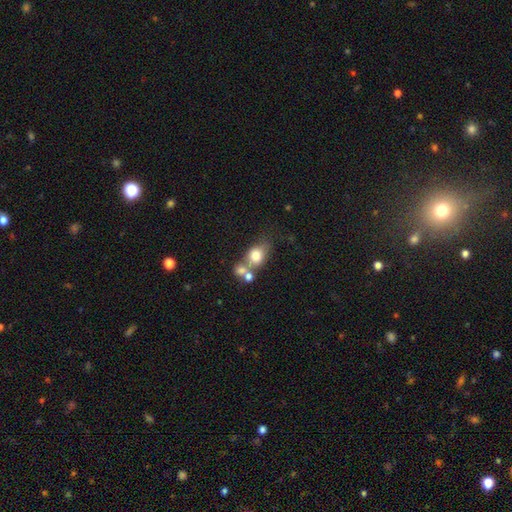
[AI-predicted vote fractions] smooth-or-featured: smooth: 72% | featured or disk: 17% | star or artifact: 11%
  how-rounded: in between: 52% | round: 45% | cigar-shaped: 2%
  merging: merger: 44% | none: 35% | minor disturbance: 13% | major disturbance: 8%